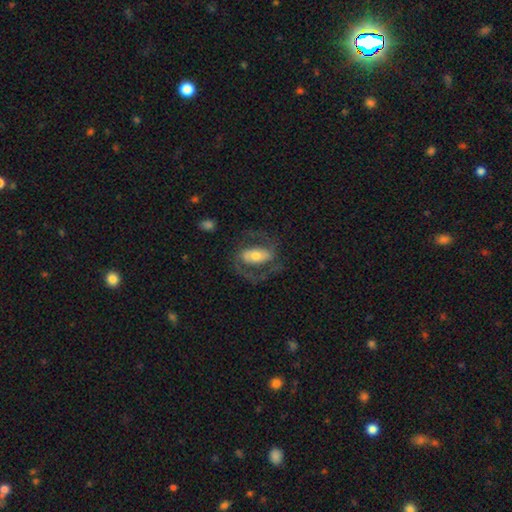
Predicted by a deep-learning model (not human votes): Smooth or featured: featured or disk — 73% (smooth — 21%)
Edge-on disk: no — 95% (yes — 5%)
Bar: strong — 43% (weak — 31%)
Spiral arms: yes — 85% (no — 15%)
Spiral winding: medium — 54% (loose — 25%)
Spiral arm count: 2 — 86% (can't tell — 6%)
Bulge size: moderate — 53% (small — 29%)
Merging: none — 65% (major disturbance — 18%)